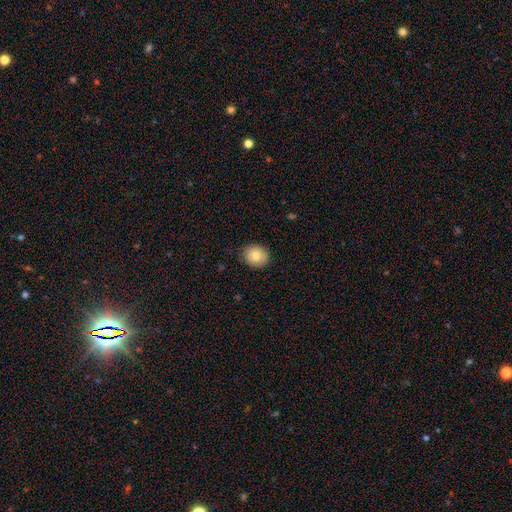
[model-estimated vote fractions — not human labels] Smooth or featured?
  - smooth: 81% *
  - featured or disk: 11%
  - star or artifact: 8%
How rounded?
  - round: 72% *
  - in between: 27%
  - cigar-shaped: 1%
Merging?
  - none: 86% *
  - minor disturbance: 11%
  - major disturbance: 2%
  - merger: 1%